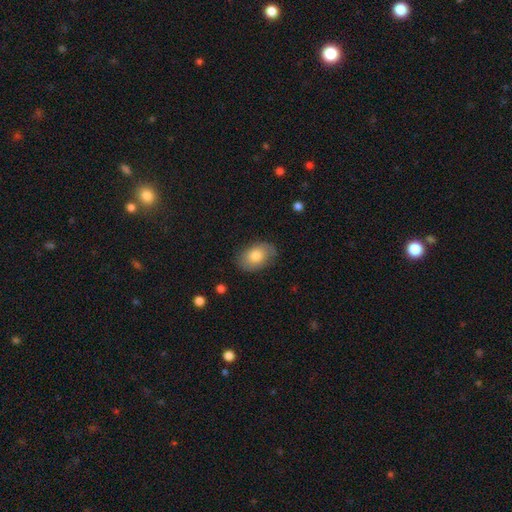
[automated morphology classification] smooth 78%, featured or disk 15%, star or artifact 7%. Down the decision tree: how rounded — in between (88%); merging — none (79%).